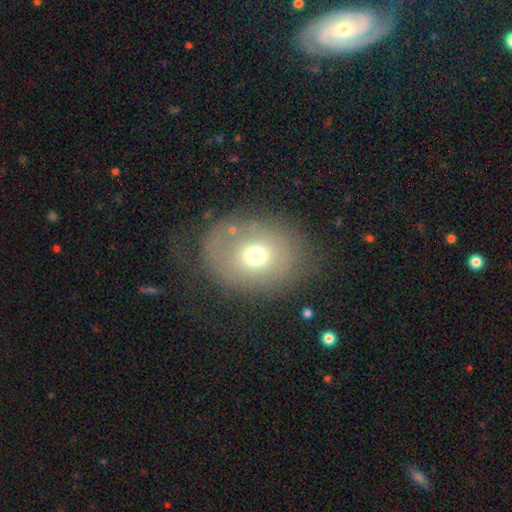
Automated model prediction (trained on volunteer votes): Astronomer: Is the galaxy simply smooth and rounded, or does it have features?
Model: smooth — 61%.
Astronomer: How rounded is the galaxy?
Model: round — 52% (runner-up: in between, 47%).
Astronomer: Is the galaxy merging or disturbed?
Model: none — 61%.